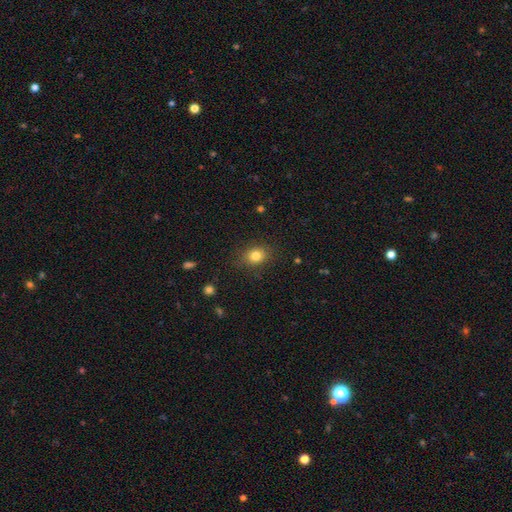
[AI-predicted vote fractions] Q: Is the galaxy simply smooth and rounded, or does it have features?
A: smooth — 82%.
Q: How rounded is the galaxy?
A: round — 51%.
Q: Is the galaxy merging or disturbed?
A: none — 84%.